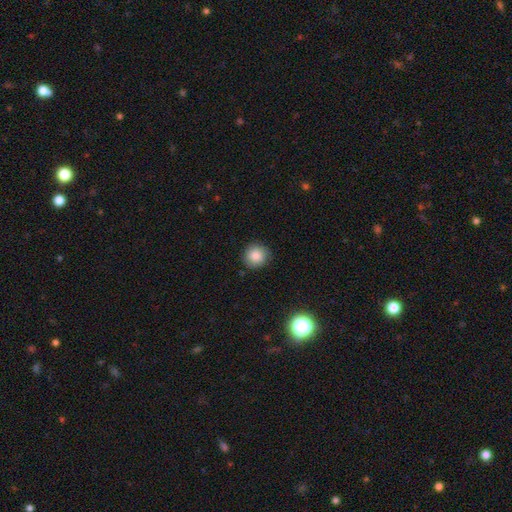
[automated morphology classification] smooth_or_featured: smooth (p=0.84) [alt: star or artifact p=0.10]
how_rounded: round (p=0.91) [alt: in between p=0.08]
merging: none (p=0.85) [alt: minor disturbance p=0.11]